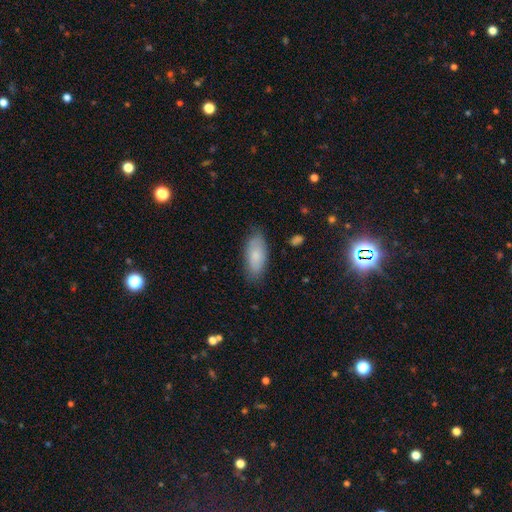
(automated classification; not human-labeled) Morphology: type=smooth (78%); roundness=in between (87%); merging=none (77%).